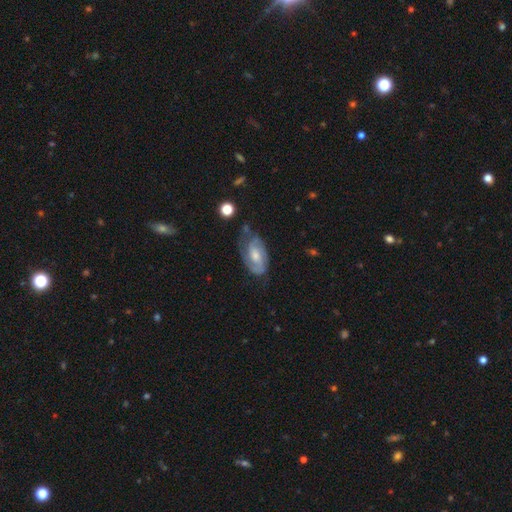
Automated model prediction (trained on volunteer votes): Smooth or featured?
  - featured or disk: 72% *
  - smooth: 22%
  - star or artifact: 6%
Edge-on disk?
  - no: 95% *
  - yes: 5%
Bar?
  - no: 53% *
  - weak: 39%
  - strong: 8%
Spiral arms?
  - yes: 91% *
  - no: 9%
Spiral winding?
  - tight: 46% *
  - medium: 41%
  - loose: 13%
Spiral arm count?
  - 2: 66% *
  - can't tell: 18%
  - 3: 7%
  - 1: 6%
  - 4: 2%
  - more than 4: 2%
Bulge size?
  - moderate: 50% *
  - small: 40%
  - large: 5%
  - none: 4%
  - dominant: 1%
Merging?
  - none: 59% *
  - minor disturbance: 27%
  - major disturbance: 11%
  - merger: 3%